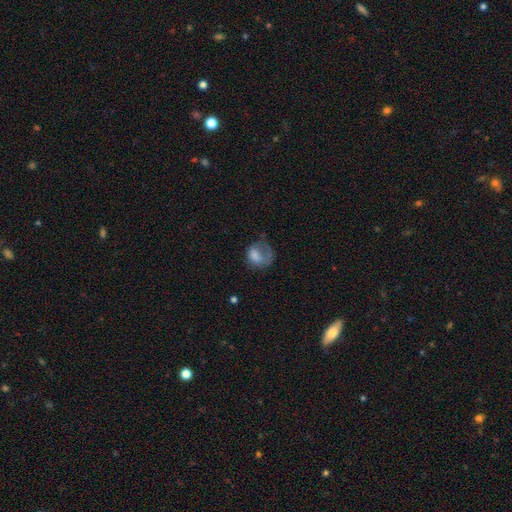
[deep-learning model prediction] Smooth or featured?
  - smooth: 61% *
  - featured or disk: 30%
  - star or artifact: 9%
How rounded?
  - in between: 50% *
  - round: 49%
  - cigar-shaped: 1%
Merging?
  - major disturbance: 47% *
  - none: 29%
  - minor disturbance: 21%
  - merger: 3%